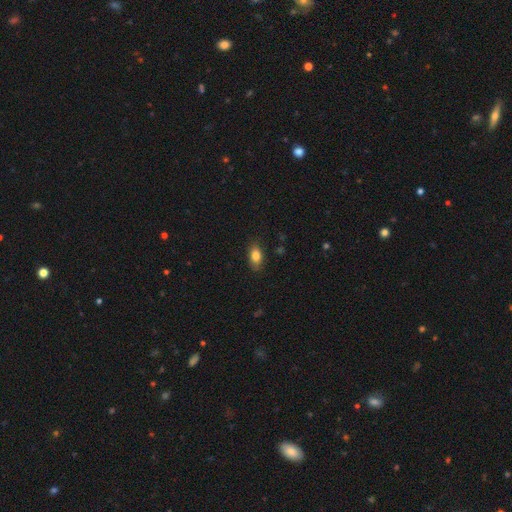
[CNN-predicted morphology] Smooth or featured? smooth (83%)
How rounded? in between (88%)
Merging? none (83%)